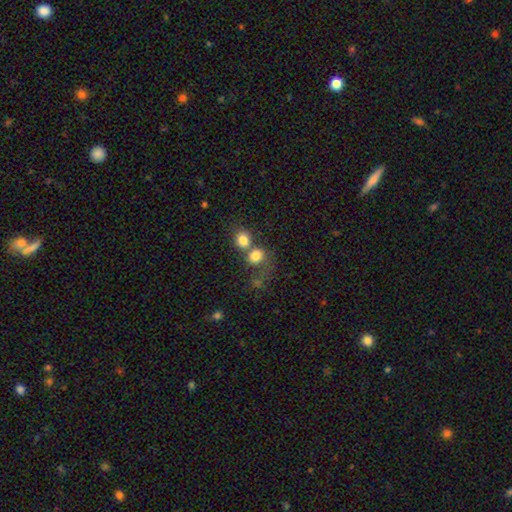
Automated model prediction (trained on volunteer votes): This is likely a smooth galaxy (78%). How rounded: likely round (69%). Merging: possibly merger (48%).